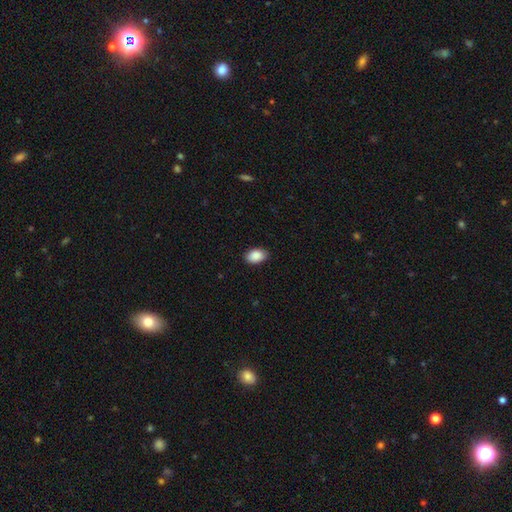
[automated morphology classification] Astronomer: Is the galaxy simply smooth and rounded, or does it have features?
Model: smooth — 90%.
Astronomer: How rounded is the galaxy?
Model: in between — 88%.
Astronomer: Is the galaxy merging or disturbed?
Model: none — 84%.